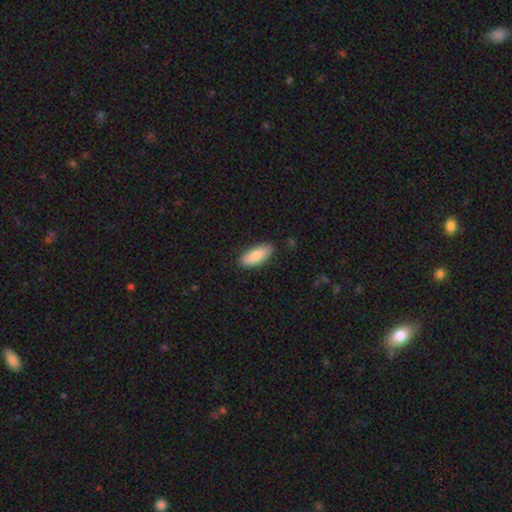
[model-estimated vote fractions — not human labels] Morphology: type=smooth (82%); roundness=in between (82%); merging=none (86%).